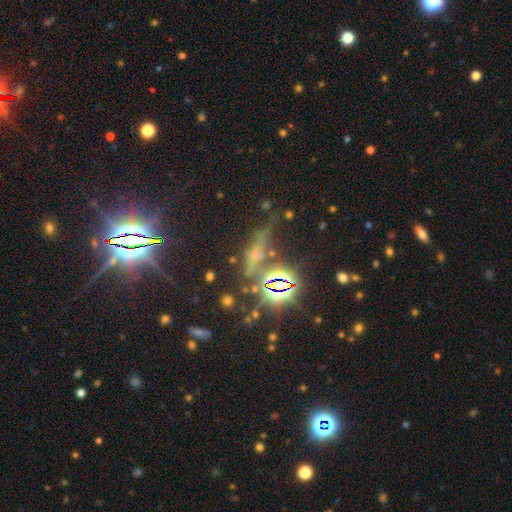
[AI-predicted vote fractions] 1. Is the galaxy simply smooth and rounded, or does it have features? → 46% star or artifact, 33% smooth, 21% featured or disk.